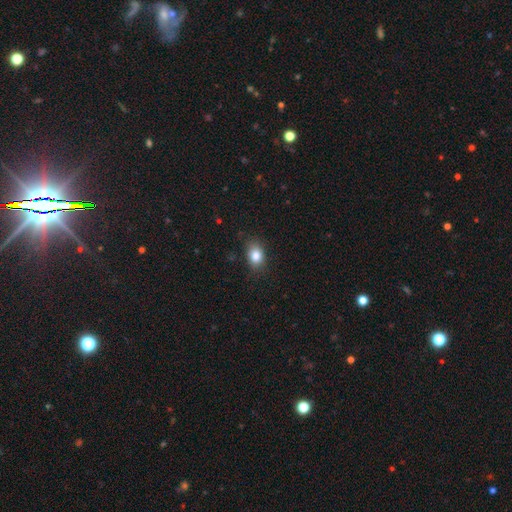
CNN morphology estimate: Smooth or featured? smooth (83%)
How rounded? in between (69%)
Merging? none (81%)